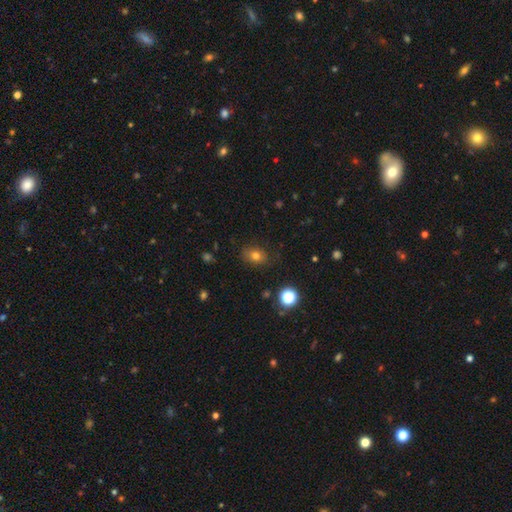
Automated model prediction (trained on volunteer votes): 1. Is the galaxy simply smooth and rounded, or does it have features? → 74% smooth, 15% star or artifact, 11% featured or disk.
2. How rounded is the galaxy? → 60% in between, 39% round, 1% cigar-shaped.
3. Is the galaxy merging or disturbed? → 78% none, 16% minor disturbance, 4% major disturbance, 2% merger.